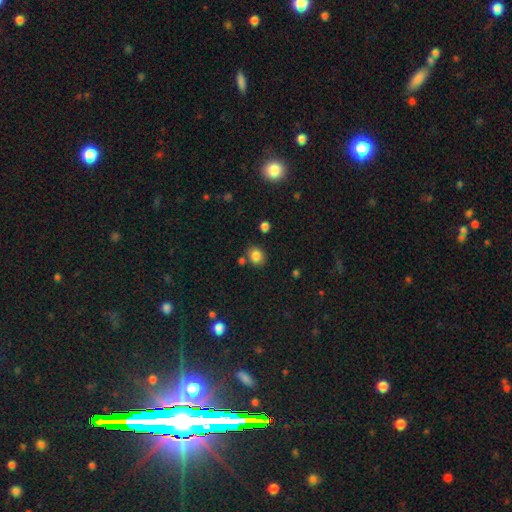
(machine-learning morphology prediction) Overall: smooth (84%). How rounded: round (61%; in between 38%). Merging: none (76%).